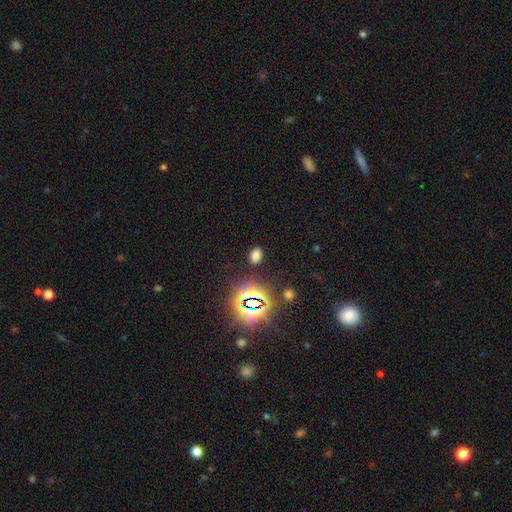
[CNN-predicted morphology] This is likely a smooth galaxy (64%). How rounded: clearly in between (85%). Merging: clearly none (86%).